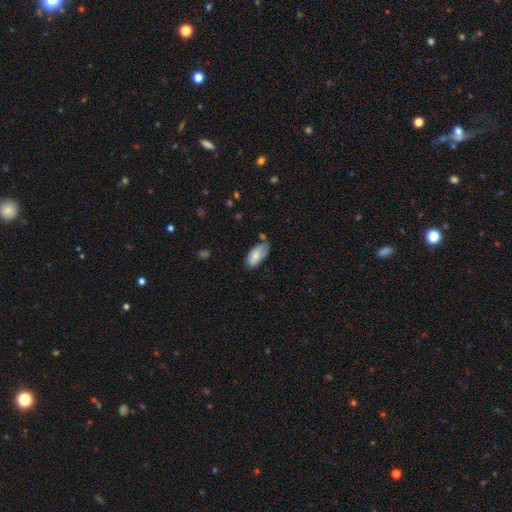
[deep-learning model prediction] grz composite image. It shows a smooth galaxy with no disk features (79%) that is in between round and cigar-shaped (92%). Merging: none (57%).